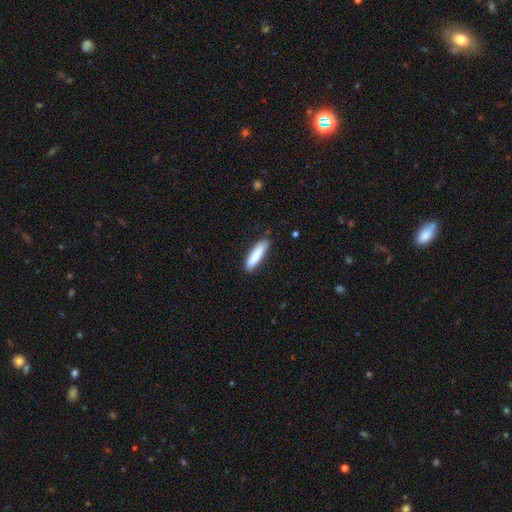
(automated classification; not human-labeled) Q: Smooth or featured?
A: smooth (86%); runner-up: featured or disk (9%)
Q: How rounded?
A: cigar-shaped (76%); runner-up: in between (23%)
Q: Merging?
A: none (82%); runner-up: minor disturbance (14%)